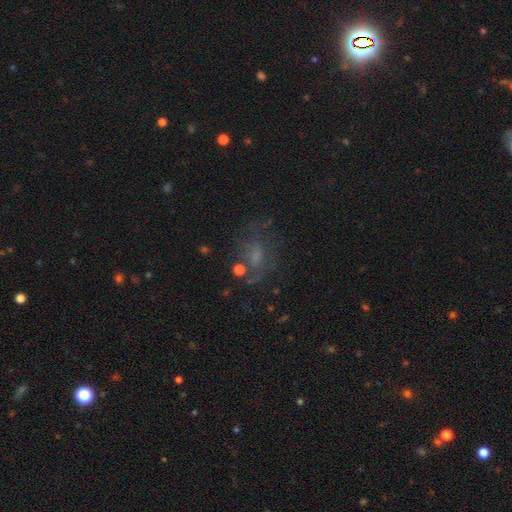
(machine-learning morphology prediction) smooth-or-featured: featured or disk: 41% | smooth: 36% | star or artifact: 23%
  merging: none: 50% | major disturbance: 25% | minor disturbance: 20% | merger: 6%